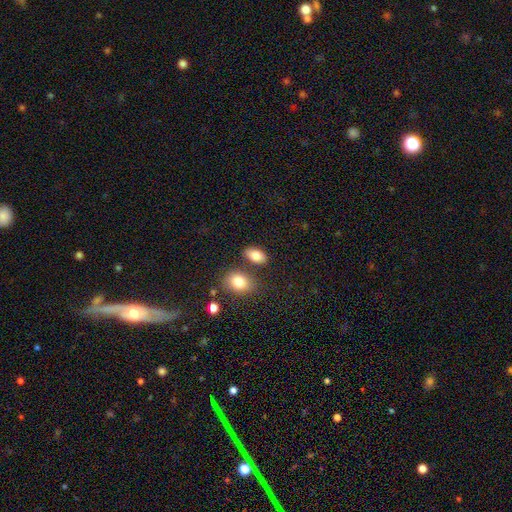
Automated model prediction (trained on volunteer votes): Smooth or featured?
  - smooth: 85% *
  - star or artifact: 8%
  - featured or disk: 7%
How rounded?
  - in between: 89% *
  - round: 9%
  - cigar-shaped: 2%
Merging?
  - none: 72% *
  - merger: 13%
  - minor disturbance: 12%
  - major disturbance: 4%